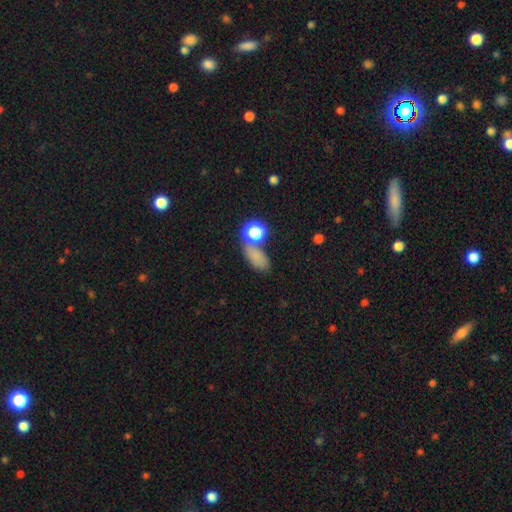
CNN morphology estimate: This appears to be a smooth galaxy with no disk features (70%) that is in between round and cigar-shaped (76%). Merging: none (53%).